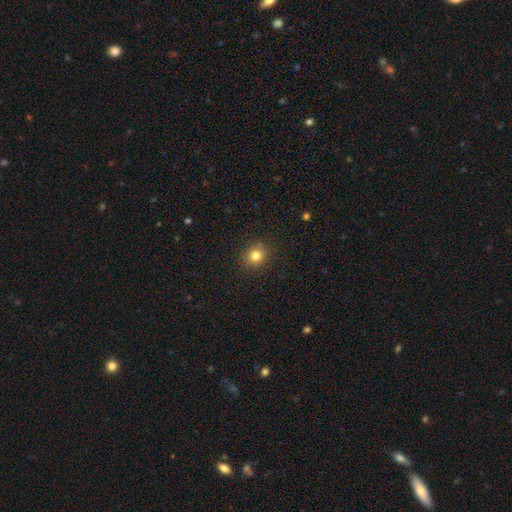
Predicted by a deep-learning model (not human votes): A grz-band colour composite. It shows a smooth galaxy with no disk features (81%) that is round (85%). Merging: none (89%).